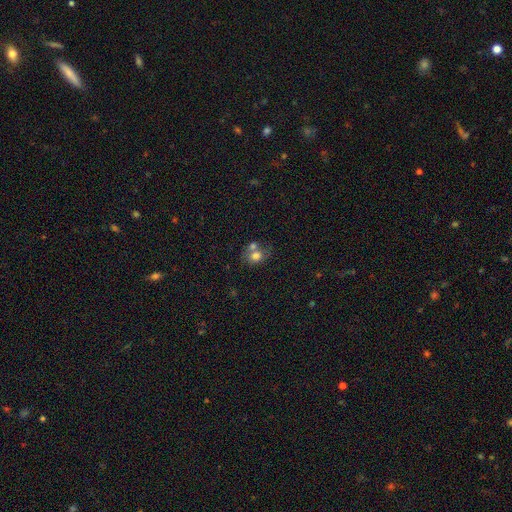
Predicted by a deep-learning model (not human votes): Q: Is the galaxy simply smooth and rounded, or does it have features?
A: smooth — 72%.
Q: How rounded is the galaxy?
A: round — 60%.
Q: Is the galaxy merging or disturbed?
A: merger — 50%.